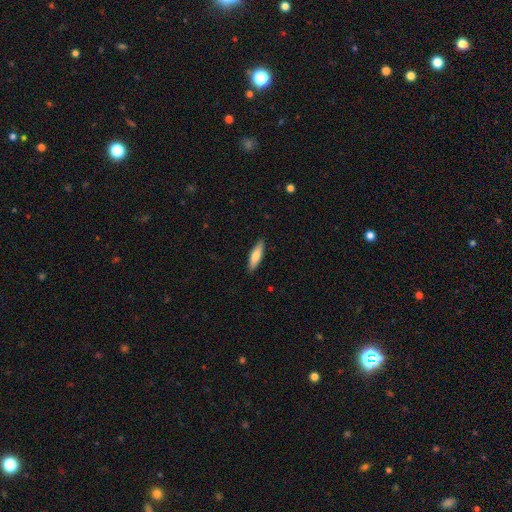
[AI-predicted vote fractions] Smooth or featured: smooth — 72% (featured or disk — 23%)
How rounded: cigar-shaped — 64% (in between — 34%)
Merging: none — 88% (minor disturbance — 9%)